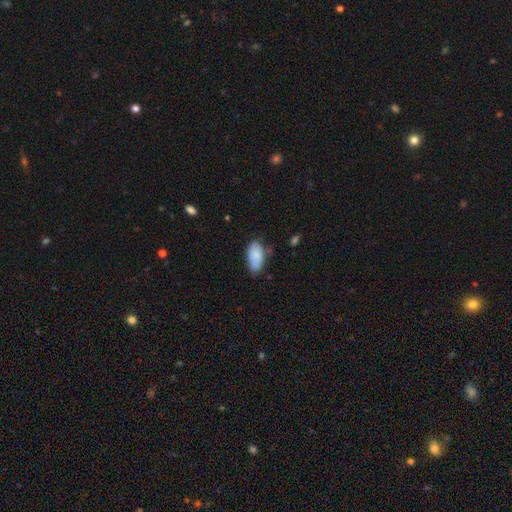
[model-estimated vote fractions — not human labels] The model was most divided on "merging": none: 63%, minor disturbance: 28%, major disturbance: 5%, merger: 4%. More confident: how rounded — in between (94%); smooth or featured — smooth (85%).